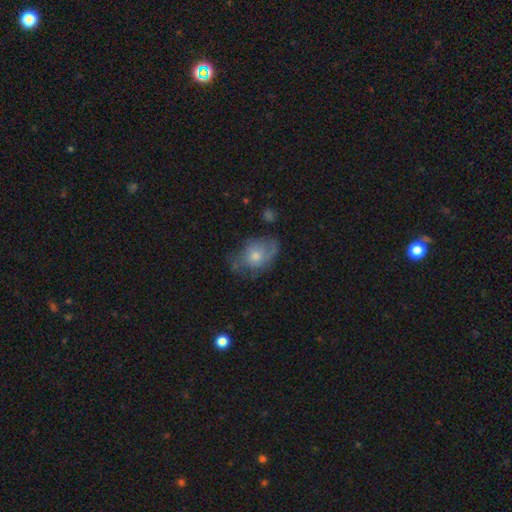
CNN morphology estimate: A smooth galaxy with no disk features (46%).

Vote fractions:
- Smooth or featured? smooth: 46% / featured or disk: 45% / star or artifact: 9%
- Merging? none: 52% / minor disturbance: 29% / major disturbance: 17% / merger: 2%